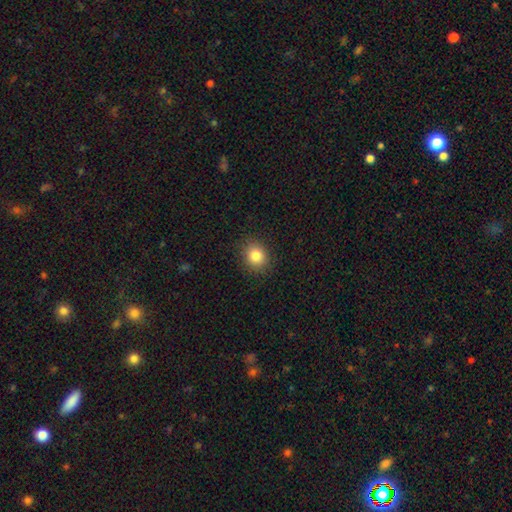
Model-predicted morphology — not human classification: Smooth or featured? smooth (83%)
How rounded? round (69%)
Merging? none (89%)